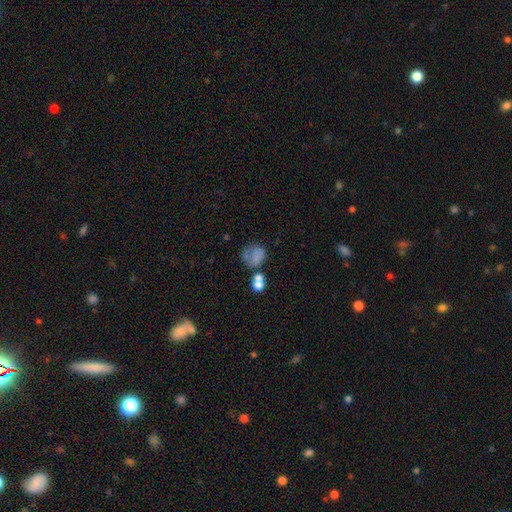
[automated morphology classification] A smooth galaxy with no disk features (63%) that is round (65%). Merging: none (34%).